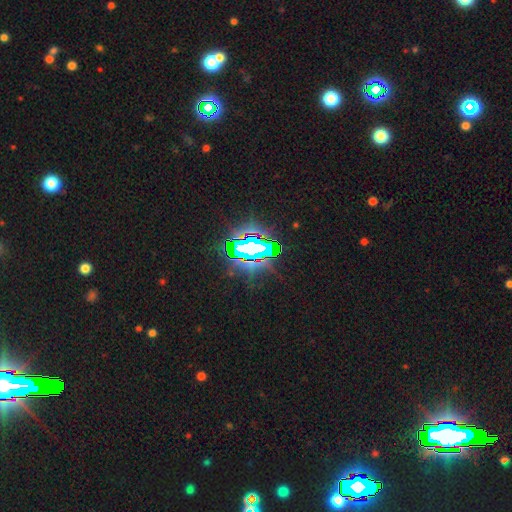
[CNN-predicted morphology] Q: Smooth or featured?
A: star or artifact (74%); runner-up: featured or disk (15%)